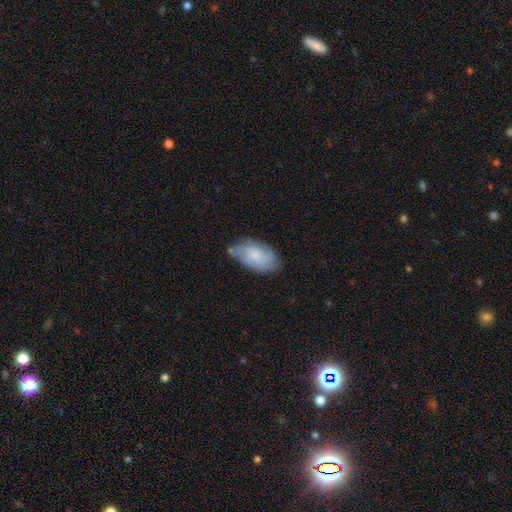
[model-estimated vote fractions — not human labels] The model was most divided on "smooth or featured": smooth: 54%, featured or disk: 39%, star or artifact: 7%. More confident: how rounded — in between (93%); merging — none (62%).